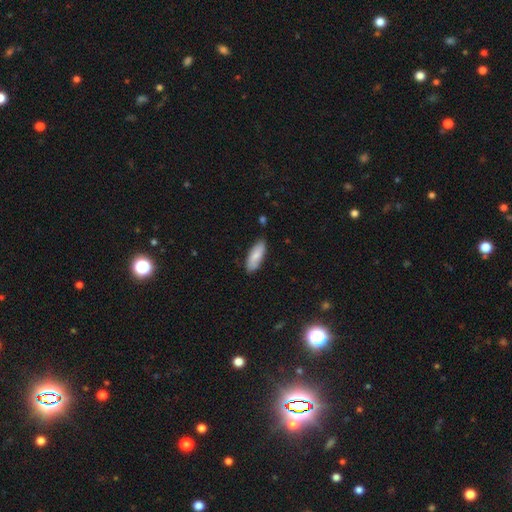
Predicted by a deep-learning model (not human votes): This appears to be a smooth galaxy with no disk features (82%) that is in between round and cigar-shaped (72%). Merging: none (82%).